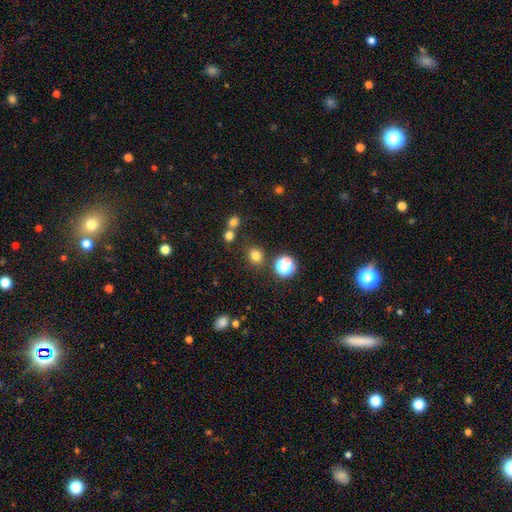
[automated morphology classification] This appears to be a smooth galaxy with no disk features (76%) that is round (81%). Merging: none (82%).